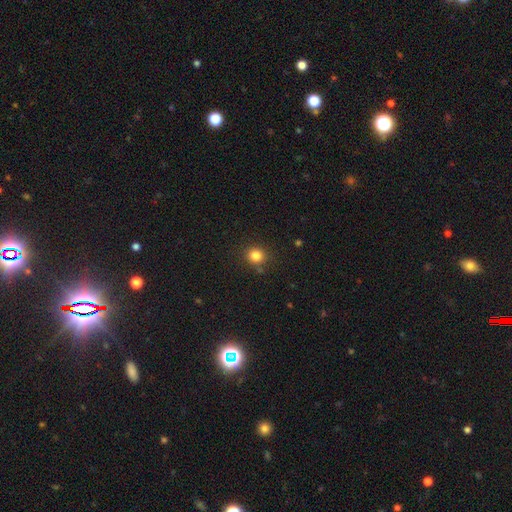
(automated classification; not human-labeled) Smooth or featured? smooth (83%)
How rounded? round (87%)
Merging? none (85%)